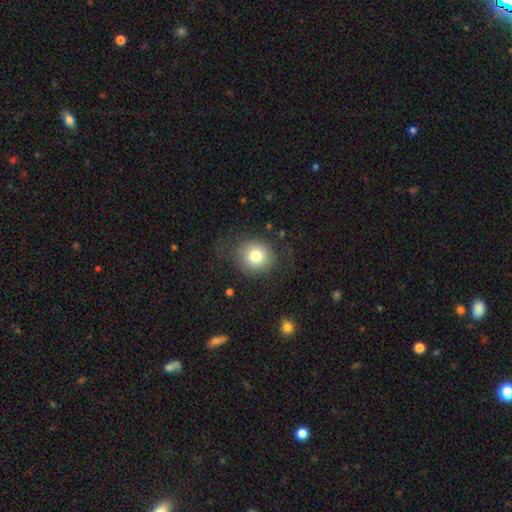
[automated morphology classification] This is likely a smooth galaxy (77%). How rounded: clearly round (84%). Merging: likely none (75%).